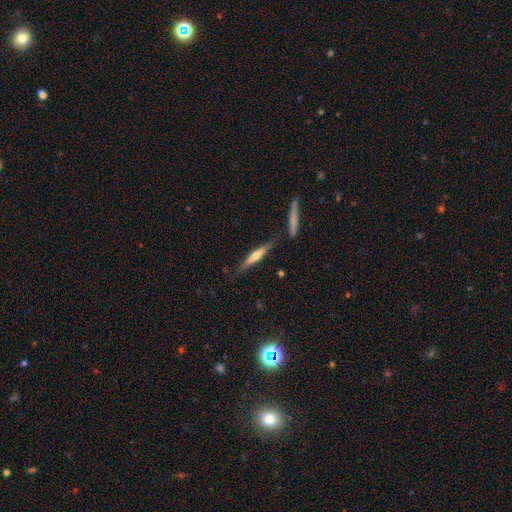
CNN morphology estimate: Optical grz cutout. It shows a featured or disk galaxy (51%) viewed edge-on (95%). Merging: none (79%).